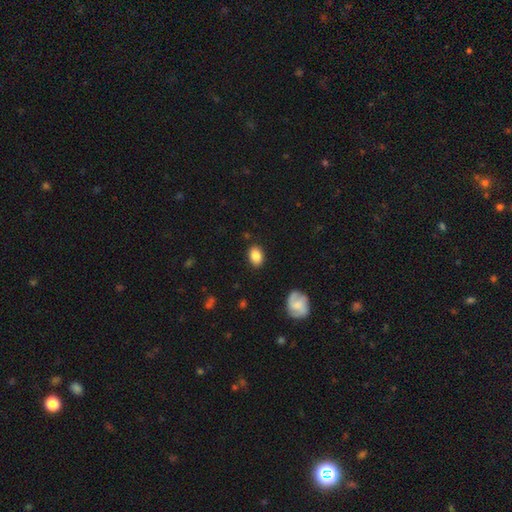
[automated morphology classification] This is clearly a smooth galaxy (85%). How rounded: clearly in between (81%). Merging: clearly none (86%).